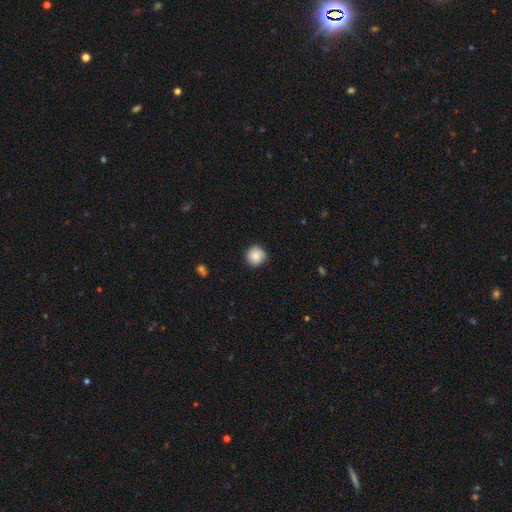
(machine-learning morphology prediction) smooth-or-featured: smooth: 86% | star or artifact: 8% | featured or disk: 6%
  how-rounded: round: 95% | in between: 5% | cigar-shaped: 1%
  merging: none: 88% | minor disturbance: 9% | major disturbance: 2% | merger: 1%